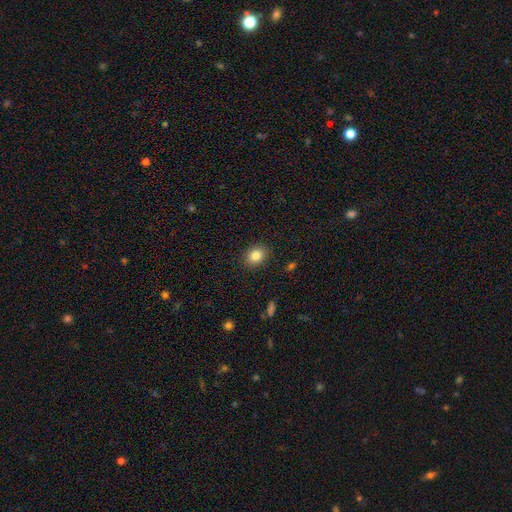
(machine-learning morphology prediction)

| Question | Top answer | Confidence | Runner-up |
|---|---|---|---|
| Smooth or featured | smooth | 83% | star or artifact (10%) |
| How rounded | in between | 56% | round (43%) |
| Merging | none | 88% | minor disturbance (8%) |